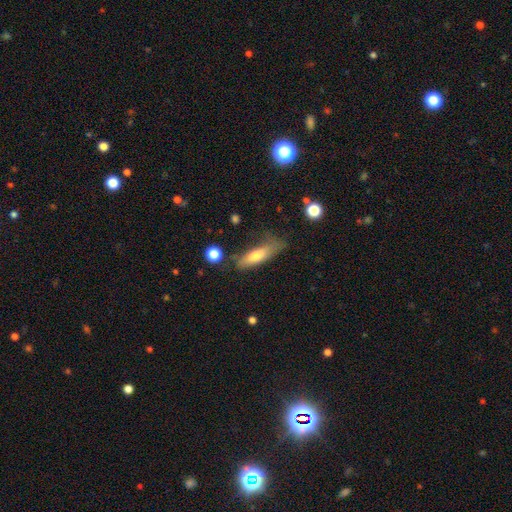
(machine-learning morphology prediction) Smooth or featured: smooth — 65% (featured or disk — 27%)
How rounded: cigar-shaped — 59% (in between — 39%)
Merging: none — 54% (minor disturbance — 29%)